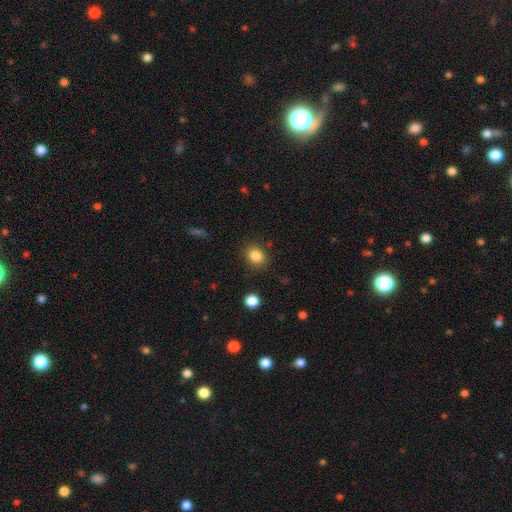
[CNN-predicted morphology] A smooth galaxy with no disk features (85%) that is round (59%).

Vote fractions:
- Smooth or featured? smooth: 85% / star or artifact: 11% / featured or disk: 5%
- How rounded? round: 59% / in between: 40% / cigar-shaped: 1%
- Merging? none: 86% / minor disturbance: 9% / major disturbance: 3% / merger: 2%